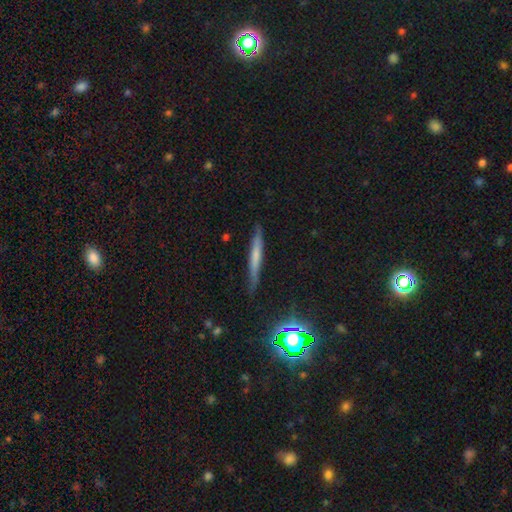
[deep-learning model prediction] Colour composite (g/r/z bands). It shows a smooth galaxy with no disk features (51%) that is cigar-shaped (94%). Merging: none (81%).